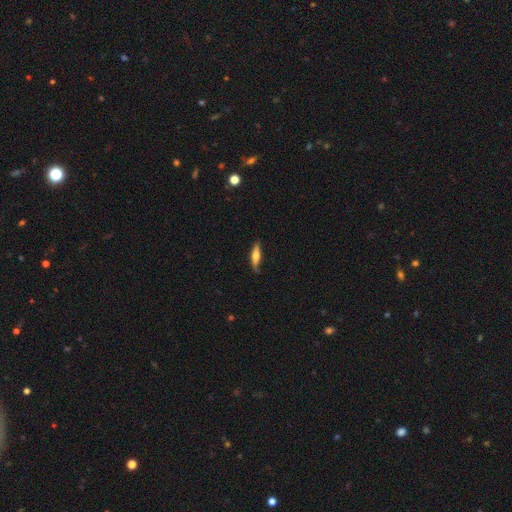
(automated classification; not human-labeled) Smooth or featured? Predicted: smooth (p=0.61). How rounded? Predicted: cigar-shaped (p=0.69). Merging? Predicted: none (p=0.75).